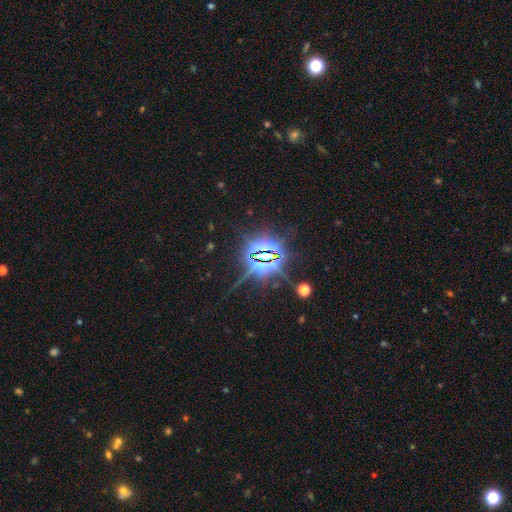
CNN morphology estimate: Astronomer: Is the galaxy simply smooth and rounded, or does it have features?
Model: star or artifact — 83%.